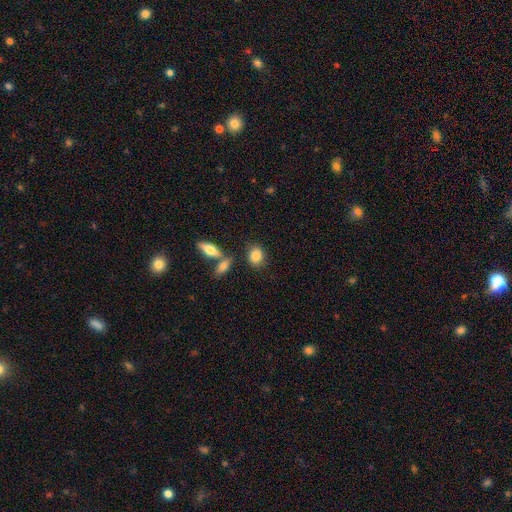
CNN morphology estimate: This appears to be a smooth galaxy with no disk features (84%) that is in between round and cigar-shaped (53%). Merging: none (74%).